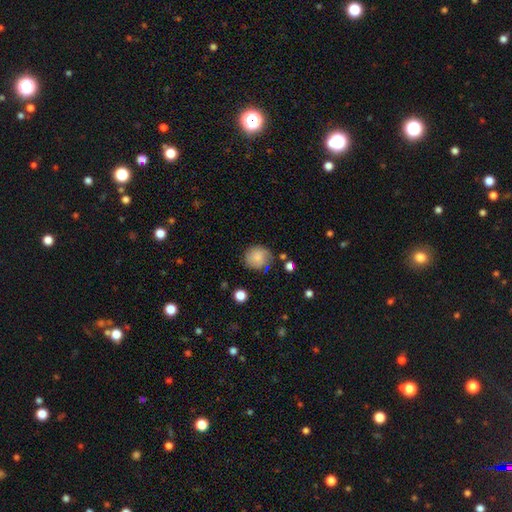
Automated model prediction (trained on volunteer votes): The model was most divided on "merging": none: 72%, minor disturbance: 20%, major disturbance: 5%, merger: 3%. More confident: how rounded — round (81%); smooth or featured — smooth (77%).